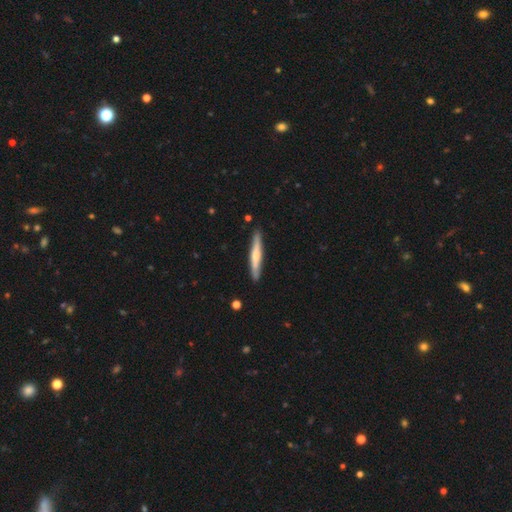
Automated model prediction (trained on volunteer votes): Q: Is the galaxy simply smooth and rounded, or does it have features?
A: smooth — 50%.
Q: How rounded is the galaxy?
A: cigar-shaped — 94%.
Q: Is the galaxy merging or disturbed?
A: none — 88%.